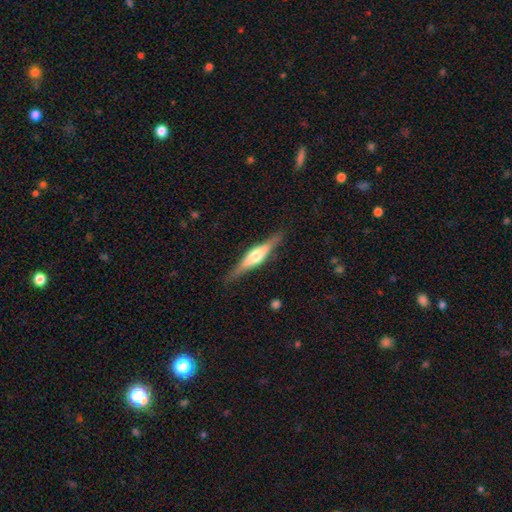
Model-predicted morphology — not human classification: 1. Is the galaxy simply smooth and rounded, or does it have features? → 70% featured or disk, 25% smooth, 5% star or artifact.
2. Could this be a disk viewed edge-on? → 96% yes, 4% no.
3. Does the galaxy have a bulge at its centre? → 84% rounded, 12% boxy, 3% none.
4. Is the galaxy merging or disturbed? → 86% none, 10% minor disturbance, 3% major disturbance, 1% merger.